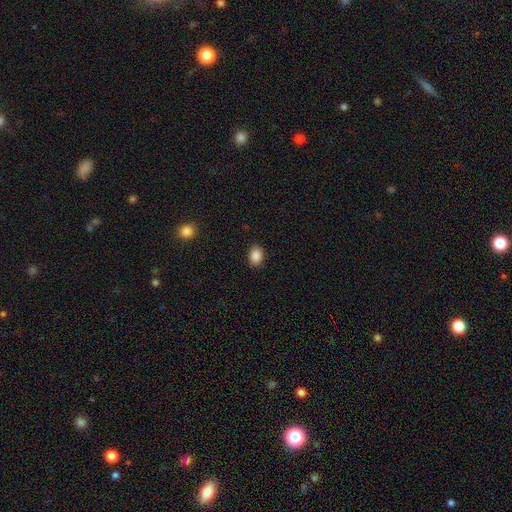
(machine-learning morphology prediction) The model was most divided on "how rounded": in between: 69%, round: 30%, cigar-shaped: 1%. More confident: merging — none (88%); smooth or featured — smooth (88%).